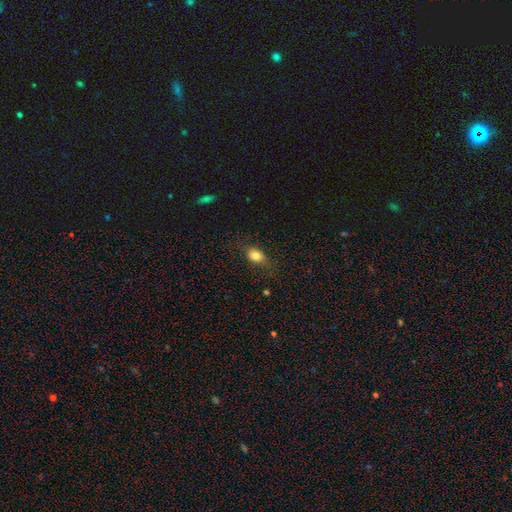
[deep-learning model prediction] This appears to be a smooth galaxy with no disk features (82%) that is in between round and cigar-shaped (70%). Merging: none (74%).